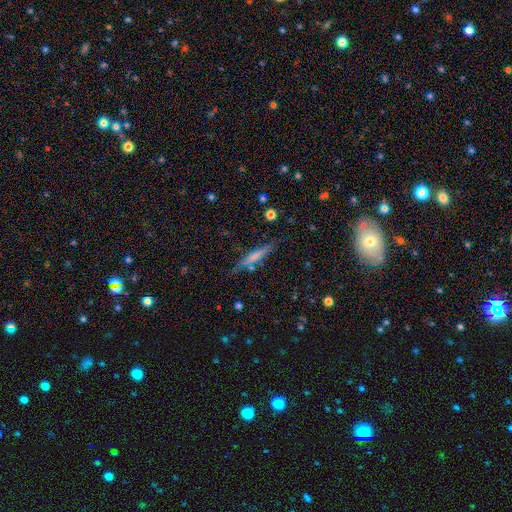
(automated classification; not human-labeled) Smooth or featured?
  - smooth: 50% *
  - featured or disk: 43%
  - star or artifact: 7%
Merging?
  - none: 82% *
  - minor disturbance: 12%
  - major disturbance: 3%
  - merger: 2%